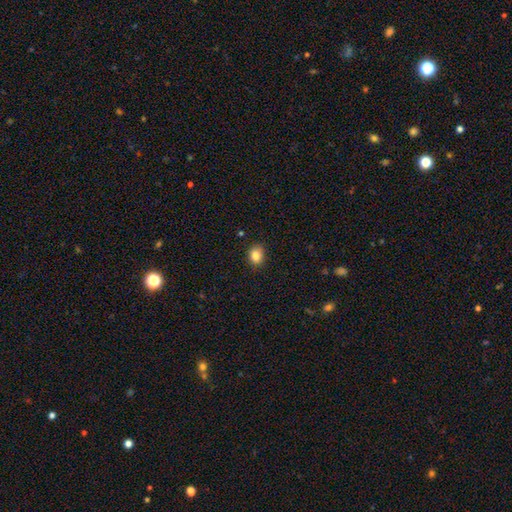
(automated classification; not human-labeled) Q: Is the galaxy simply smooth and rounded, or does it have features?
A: smooth — 84%.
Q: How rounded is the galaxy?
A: in between — 50%.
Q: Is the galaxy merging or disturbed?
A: none — 83%.